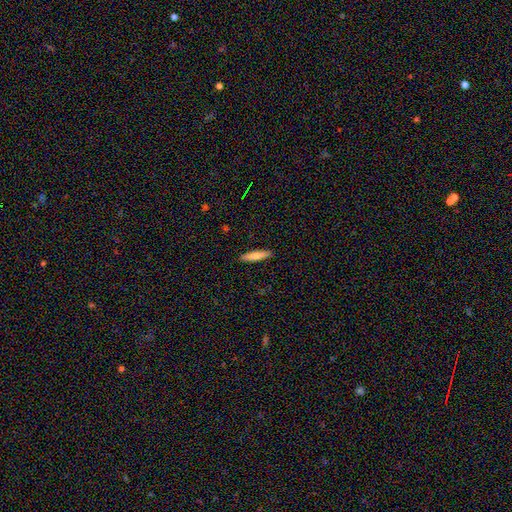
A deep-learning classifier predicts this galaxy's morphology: Smooth or featured?
  - smooth: 75% *
  - featured or disk: 19%
  - star or artifact: 6%
How rounded?
  - cigar-shaped: 86% *
  - in between: 12%
  - round: 1%
Merging?
  - none: 90% *
  - minor disturbance: 7%
  - major disturbance: 2%
  - merger: 1%